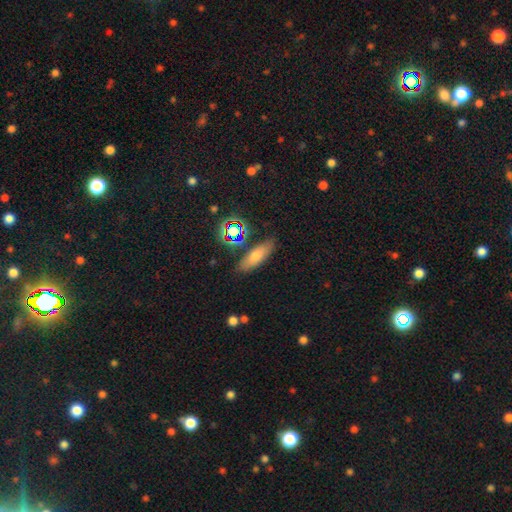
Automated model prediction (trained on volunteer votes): A smooth galaxy with no disk features (59%) that is in between round and cigar-shaped (52%). Merging: none (82%).